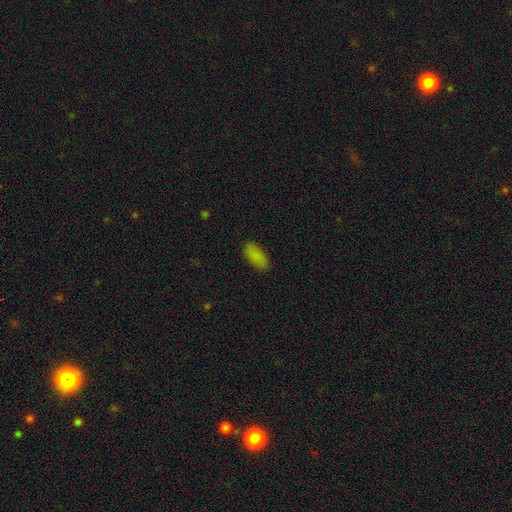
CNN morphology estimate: Overall: smooth (87%). How rounded: in between (90%). Merging: none (87%).